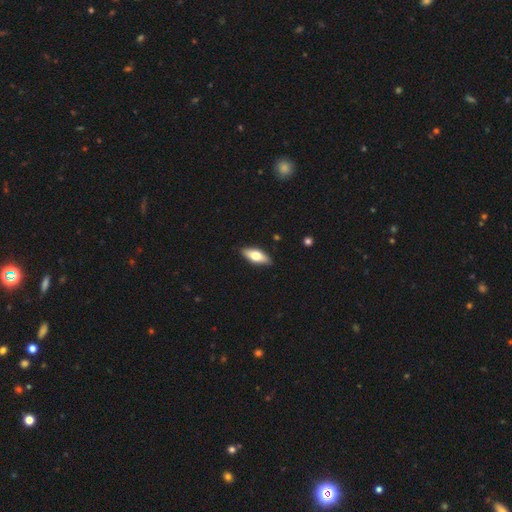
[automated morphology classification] The model was most divided on "smooth or featured": smooth: 66%, featured or disk: 29%, star or artifact: 6%. More confident: merging — none (87%); how rounded — in between (75%).